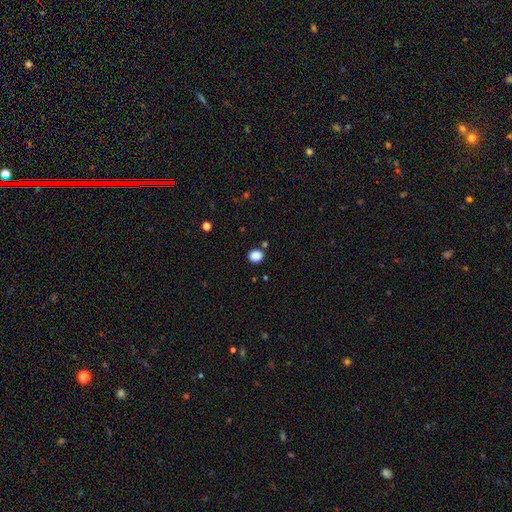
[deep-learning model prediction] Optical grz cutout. It shows a smooth galaxy with no disk features (86%) that is round (69%). Merging: none (83%).